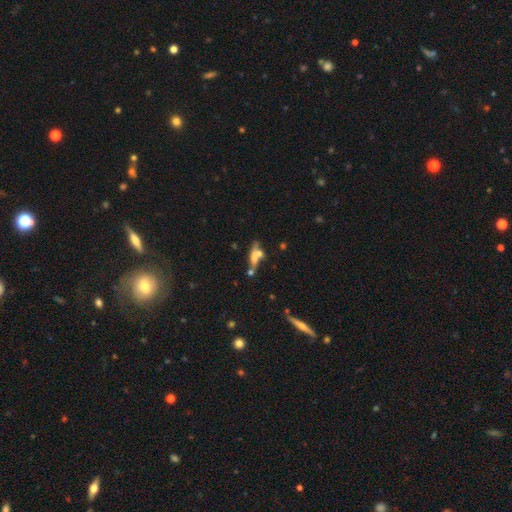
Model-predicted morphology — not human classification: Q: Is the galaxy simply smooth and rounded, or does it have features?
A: smooth — 45%.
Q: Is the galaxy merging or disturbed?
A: merger — 39%.